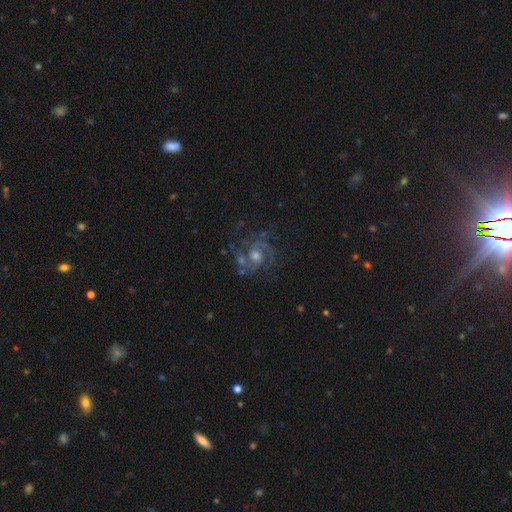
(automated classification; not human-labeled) Morphology: type=featured or disk (83%); edge-on=no (98%); bar=no (61%); spiral arms=yes (95%); winding=medium (50%); arm count=2 (64%); bulge=moderate (62%); merging=none (68%).